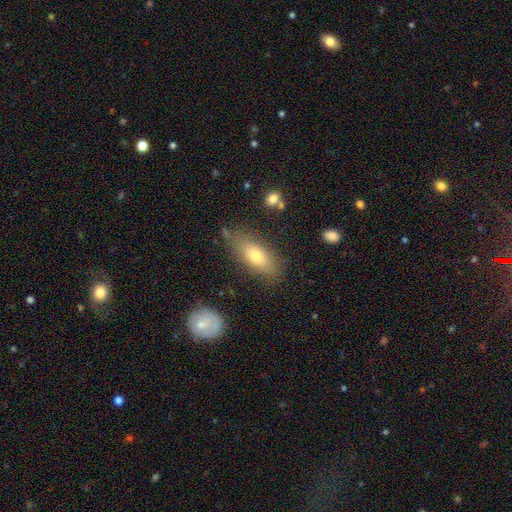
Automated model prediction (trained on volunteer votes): smooth-or-featured: smooth: 70% | featured or disk: 22% | star or artifact: 8%
  how-rounded: in between: 72% | cigar-shaped: 24% | round: 4%
  merging: none: 75% | minor disturbance: 17% | major disturbance: 5% | merger: 4%